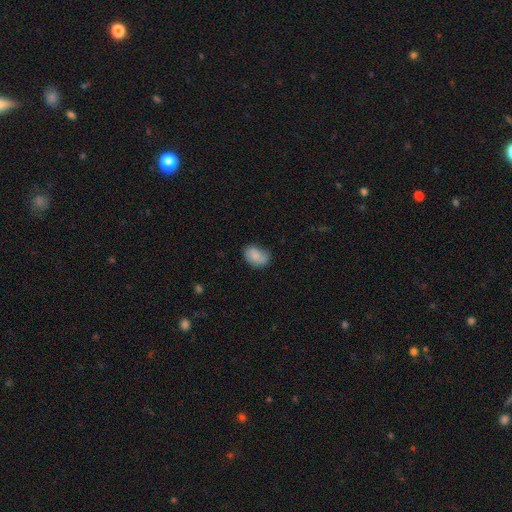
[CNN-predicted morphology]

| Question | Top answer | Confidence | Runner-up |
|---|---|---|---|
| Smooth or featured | smooth | 79% | featured or disk (13%) |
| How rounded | in between | 77% | round (22%) |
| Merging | none | 59% | minor disturbance (30%) |